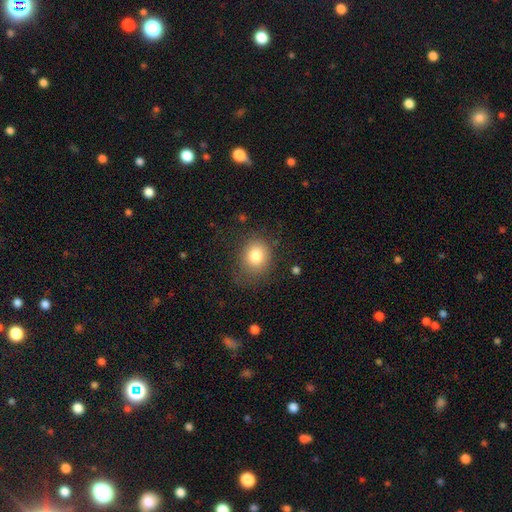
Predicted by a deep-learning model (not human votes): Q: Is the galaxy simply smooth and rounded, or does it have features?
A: smooth — 81%.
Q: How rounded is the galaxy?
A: round — 69%.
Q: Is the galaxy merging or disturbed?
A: none — 73%.